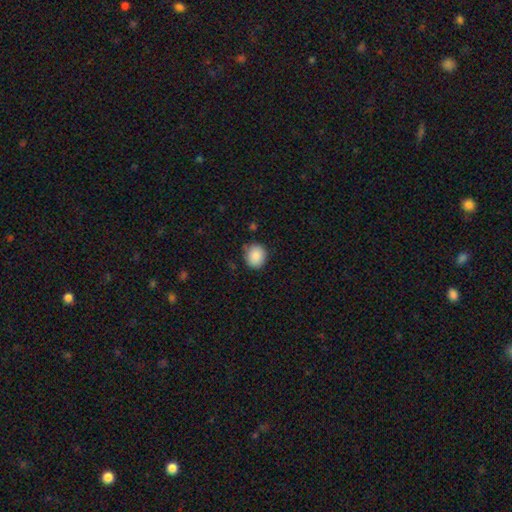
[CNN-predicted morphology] smooth_or_featured: smooth (p=0.88) [alt: star or artifact p=0.08]
how_rounded: round (p=0.73) [alt: in between p=0.26]
merging: none (p=0.81) [alt: minor disturbance p=0.14]